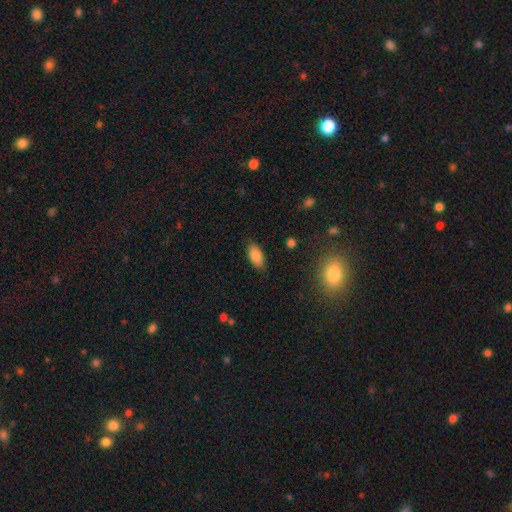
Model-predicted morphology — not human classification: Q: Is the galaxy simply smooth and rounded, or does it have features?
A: smooth — 84%.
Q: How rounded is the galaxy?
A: in between — 91%.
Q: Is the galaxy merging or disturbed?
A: none — 84%.